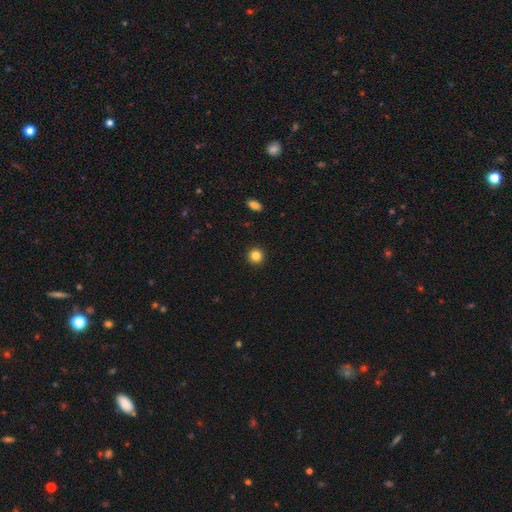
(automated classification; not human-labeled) smooth 85%, star or artifact 11%, featured or disk 4%. Down the decision tree: how rounded — round (94%); merging — none (93%).